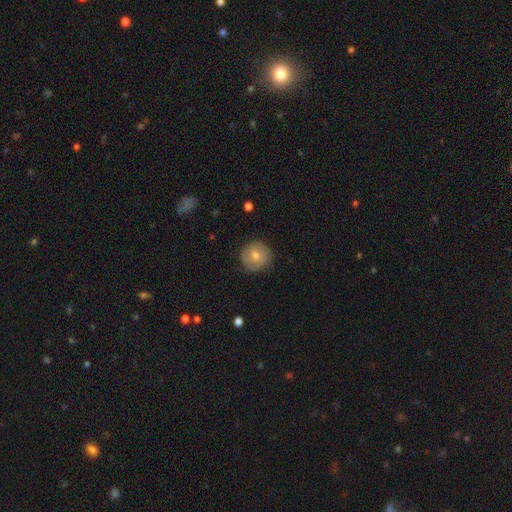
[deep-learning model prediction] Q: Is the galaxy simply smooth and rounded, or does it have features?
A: smooth — 56%.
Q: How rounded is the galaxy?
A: round — 92%.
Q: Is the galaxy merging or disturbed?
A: none — 83%.